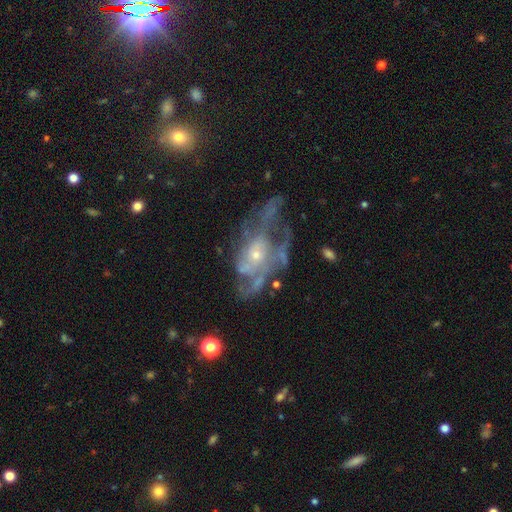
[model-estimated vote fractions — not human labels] The model was most divided on "spiral winding": medium: 40%, tight: 36%, loose: 24%. Remaining: edge-on disk — no (95%); smooth or featured — featured or disk (79%); bar — no (76%); spiral arms — yes (70%); bulge size — small (66%); spiral arm count — can't tell (47%); merging — none (41%).